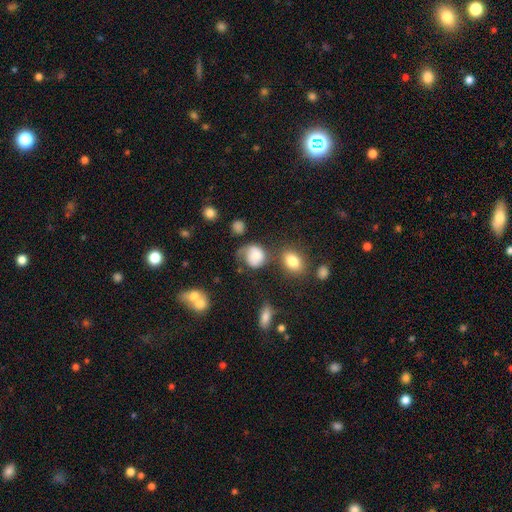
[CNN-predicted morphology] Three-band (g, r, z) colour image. It shows a smooth galaxy with no disk features (57%) that is round (65%). Merging: none (39%).